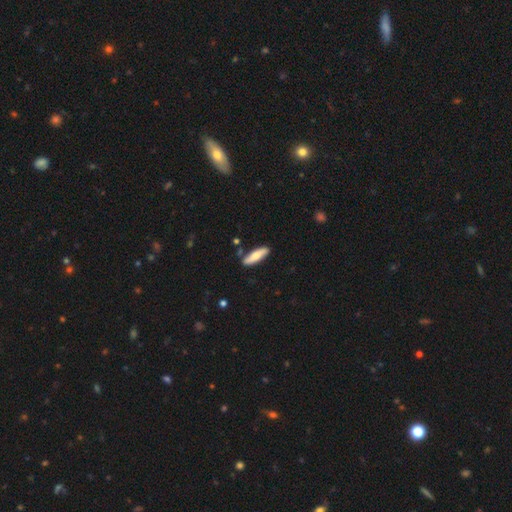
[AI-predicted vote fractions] Morphology: type=smooth (70%); roundness=cigar-shaped (65%); merging=none (83%).